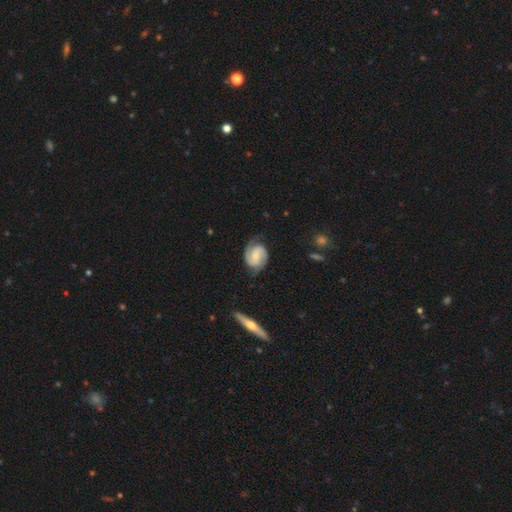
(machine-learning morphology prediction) Smooth or featured? featured or disk (80%)
Edge-on disk? no (98%)
Bar? no (46%)
Spiral arms? yes (97%)
Spiral winding? medium (44%)
Spiral arm count? 2 (89%)
Bulge size? small (49%)
Merging? none (75%)